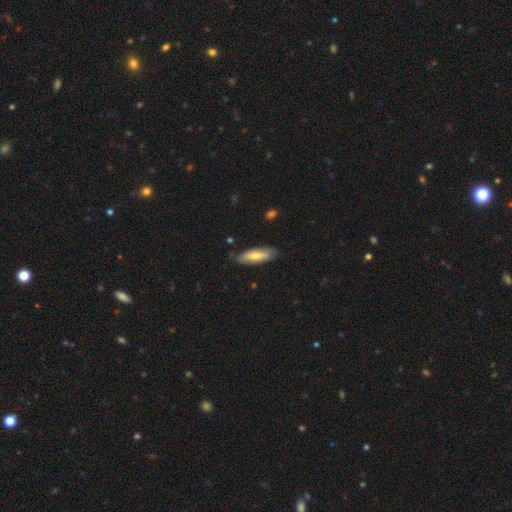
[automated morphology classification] Overall: smooth (66%; featured or disk 29%). How rounded: cigar-shaped (51%; in between 47%). Merging: none (79%).